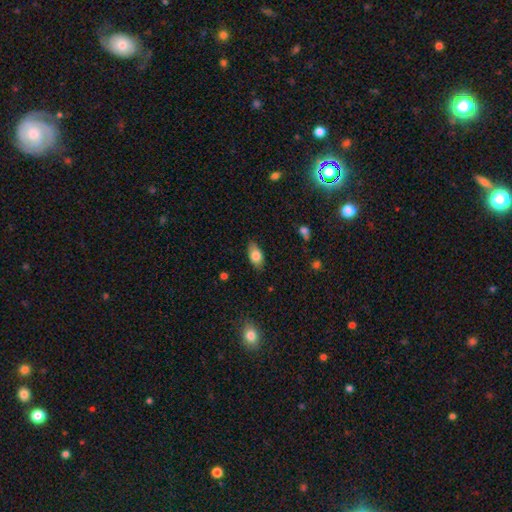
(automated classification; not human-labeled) Smooth or featured? smooth (79%)
How rounded? in between (89%)
Merging? none (81%)